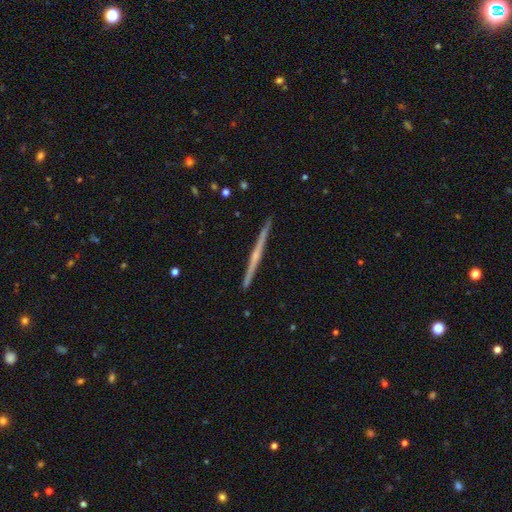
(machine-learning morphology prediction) featured or disk 76%, smooth 18%, star or artifact 5%. Down the decision tree: edge-on disk — yes (99%); edge-on bulge — rounded (46%, tied with none); merging — none (93%).